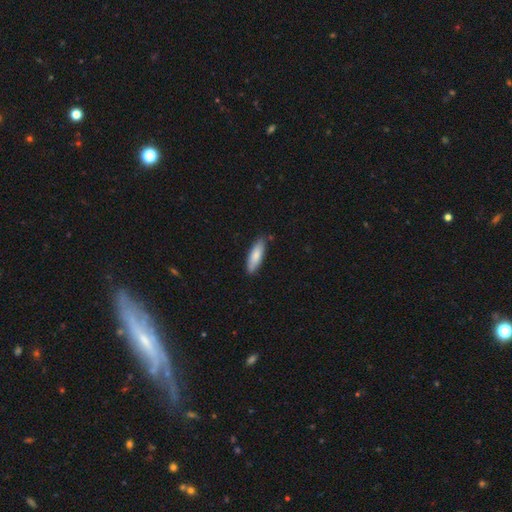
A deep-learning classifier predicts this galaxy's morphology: A smooth galaxy with no disk features (82%) that is in between round and cigar-shaped (49%, tied with cigar-shaped). Merging: none (84%).